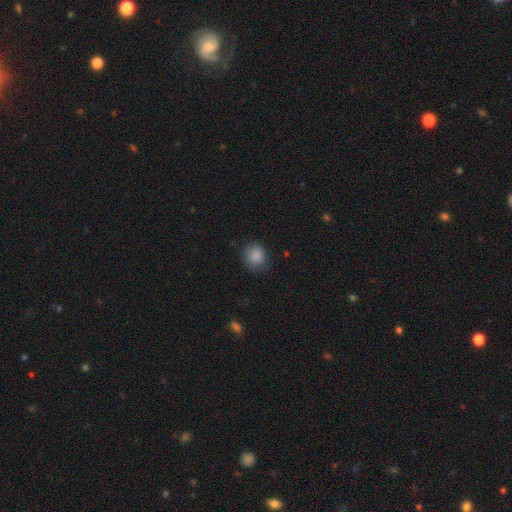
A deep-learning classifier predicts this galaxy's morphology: This appears to be a smooth galaxy with no disk features (86%) that is round (77%). Merging: none (80%).